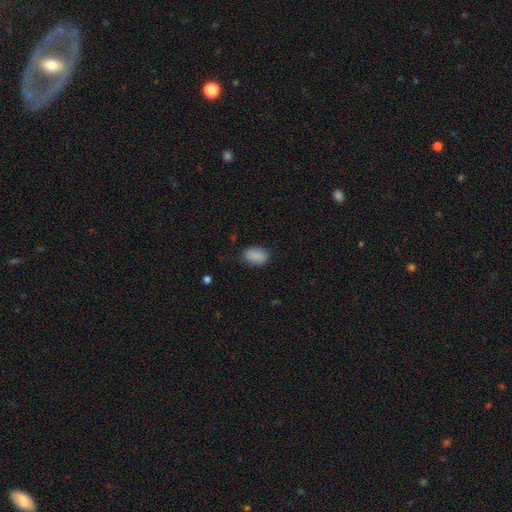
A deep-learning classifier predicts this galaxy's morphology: type=smooth (89%); roundness=in between (84%); merging=none (81%).